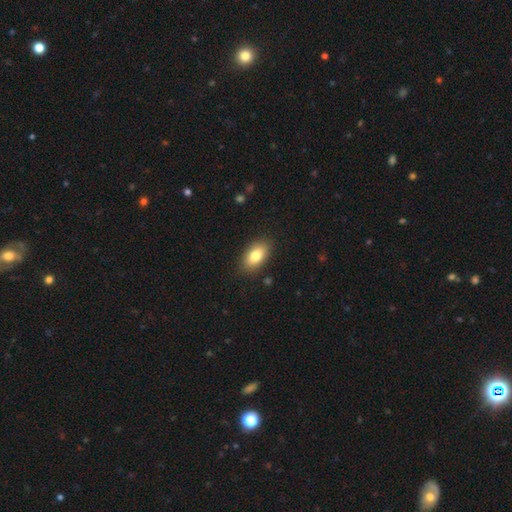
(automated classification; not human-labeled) This appears to be a smooth galaxy with no disk features (80%) that is in between round and cigar-shaped (91%). Merging: none (87%).